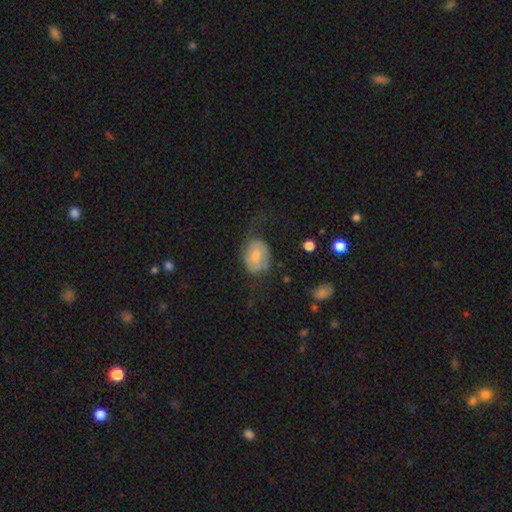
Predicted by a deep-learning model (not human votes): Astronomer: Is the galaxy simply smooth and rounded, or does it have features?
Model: smooth — 55% (runner-up: featured or disk, 38%).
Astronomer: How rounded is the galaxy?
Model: in between — 70%.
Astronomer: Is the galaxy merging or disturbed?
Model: none — 37% (runner-up: major disturbance, 33%).